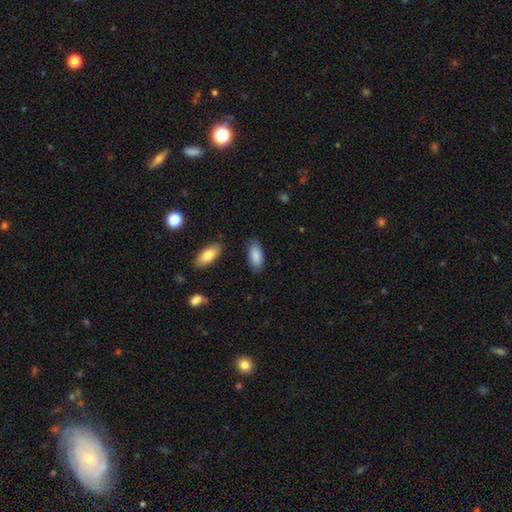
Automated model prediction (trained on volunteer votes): smooth_or_featured: smooth (p=0.87) [alt: featured or disk p=0.07]
how_rounded: in between (p=0.90) [alt: cigar-shaped p=0.08]
merging: none (p=0.81) [alt: minor disturbance p=0.14]